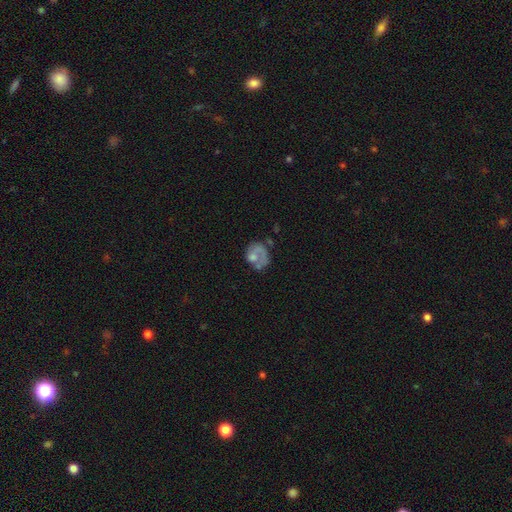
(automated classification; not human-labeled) Smooth or featured: featured or disk — 50% (smooth — 41%)
Edge-on disk: no — 98% (yes — 2%)
Merging: none — 39% (major disturbance — 31%)